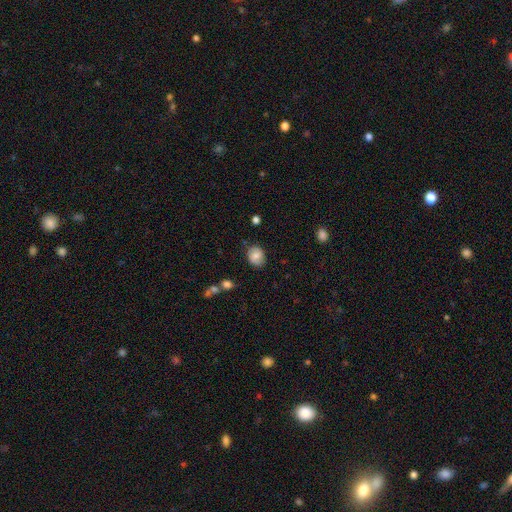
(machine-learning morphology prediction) Smooth or featured?
  - smooth: 77% *
  - featured or disk: 15%
  - star or artifact: 8%
How rounded?
  - in between: 53% *
  - round: 46%
  - cigar-shaped: 1%
Merging?
  - none: 81% *
  - minor disturbance: 14%
  - major disturbance: 3%
  - merger: 2%